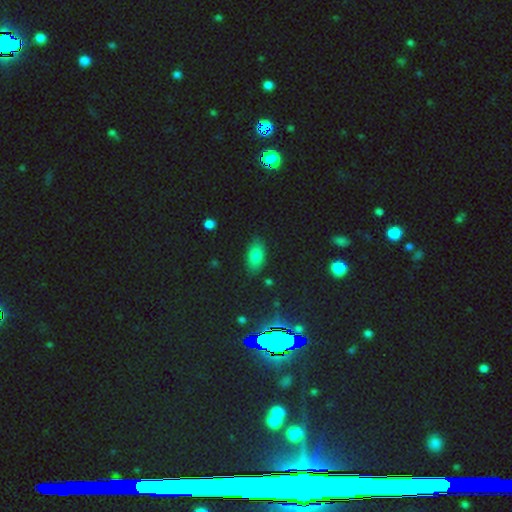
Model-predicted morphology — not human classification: Smooth or featured?
  - smooth: 76% *
  - star or artifact: 15%
  - featured or disk: 9%
How rounded?
  - in between: 90% *
  - round: 6%
  - cigar-shaped: 4%
Merging?
  - none: 83% *
  - minor disturbance: 12%
  - major disturbance: 3%
  - merger: 2%